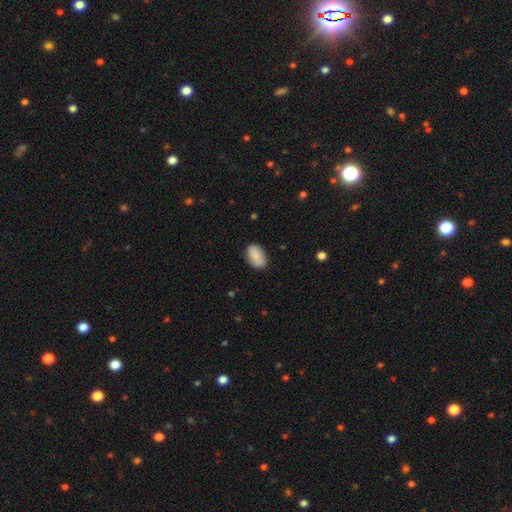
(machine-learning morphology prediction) A smooth galaxy with no disk features (80%) that is in between round and cigar-shaped (91%).

Vote fractions:
- Smooth or featured? smooth: 80% / featured or disk: 14% / star or artifact: 6%
- How rounded? in between: 91% / round: 8% / cigar-shaped: 2%
- Merging? none: 80% / minor disturbance: 16% / major disturbance: 3% / merger: 1%